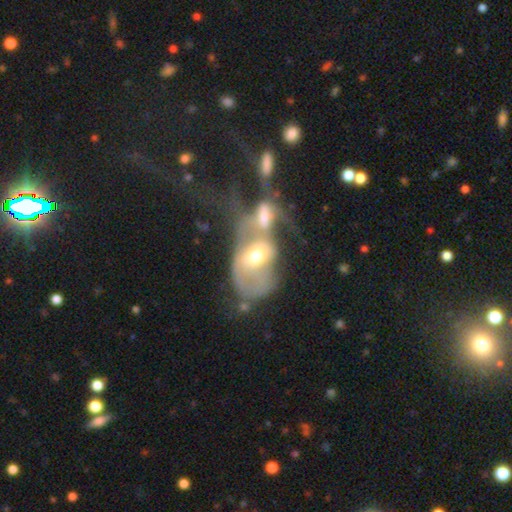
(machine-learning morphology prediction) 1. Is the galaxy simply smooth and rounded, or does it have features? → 59% featured or disk, 33% smooth, 9% star or artifact.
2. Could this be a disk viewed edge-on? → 94% no, 6% yes.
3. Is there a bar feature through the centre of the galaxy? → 69% no, 22% weak, 8% strong.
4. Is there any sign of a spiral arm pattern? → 59% no, 41% yes.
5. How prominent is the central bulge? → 65% moderate, 17% small, 13% large, 3% none, 2% dominant.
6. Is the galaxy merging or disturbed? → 69% merger, 20% major disturbance, 6% none, 5% minor disturbance.